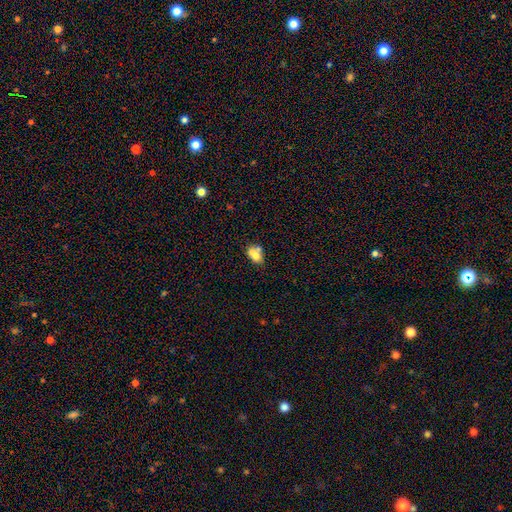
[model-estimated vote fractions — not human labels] A smooth galaxy with no disk features (64%) that is in between round and cigar-shaped (60%). Merging: merger (56%).